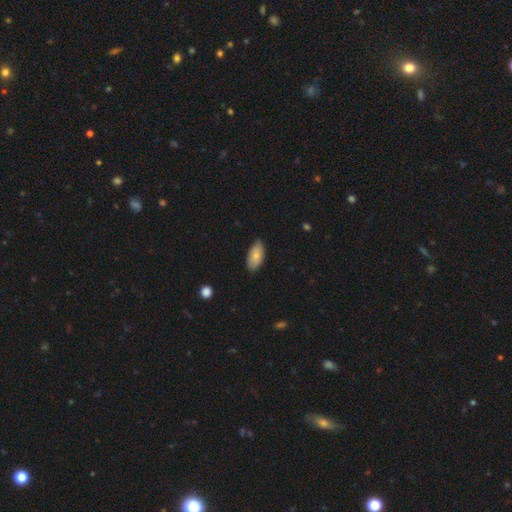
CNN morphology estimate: A smooth galaxy with no disk features (80%) that is in between round and cigar-shaped (93%).

Vote fractions:
- Smooth or featured? smooth: 80% / featured or disk: 14% / star or artifact: 6%
- How rounded? in between: 93% / cigar-shaped: 5% / round: 2%
- Merging? none: 81% / minor disturbance: 16% / major disturbance: 2% / merger: 1%